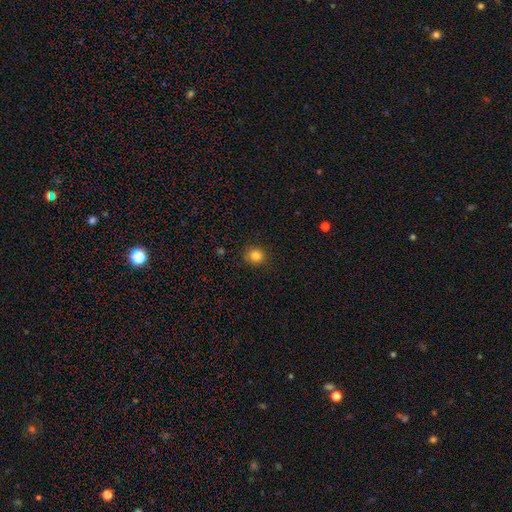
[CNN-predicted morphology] Smooth or featured: smooth — 83% (star or artifact — 12%)
How rounded: round — 81% (in between — 18%)
Merging: none — 89% (minor disturbance — 8%)